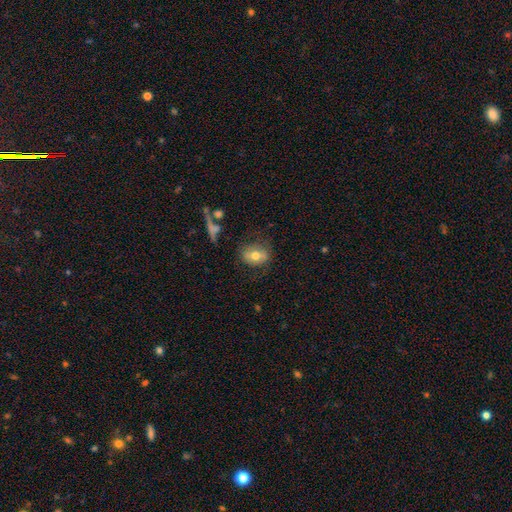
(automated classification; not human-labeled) Smooth or featured? smooth (62%)
How rounded? in between (59%)
Merging? none (71%)